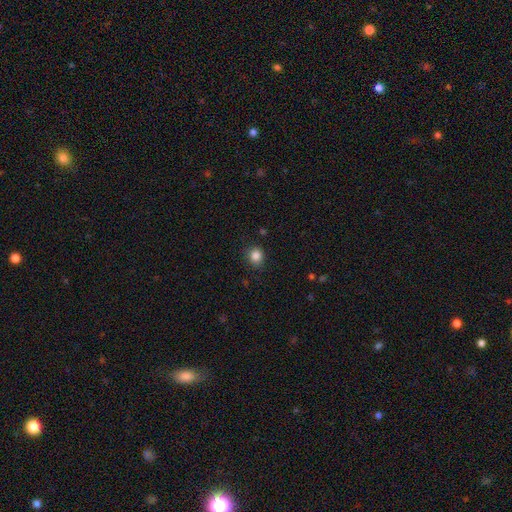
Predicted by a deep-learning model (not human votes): A smooth galaxy with no disk features (85%) that is round (80%). Merging: none (84%).